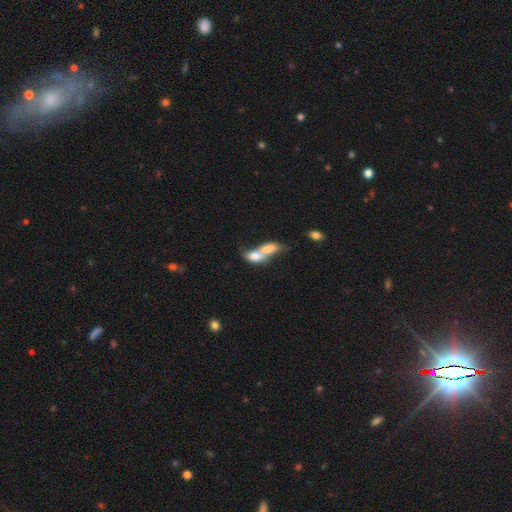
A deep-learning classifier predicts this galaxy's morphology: A smooth galaxy with no disk features (67%) that is in between round and cigar-shaped (77%). Merging: merger (78%).